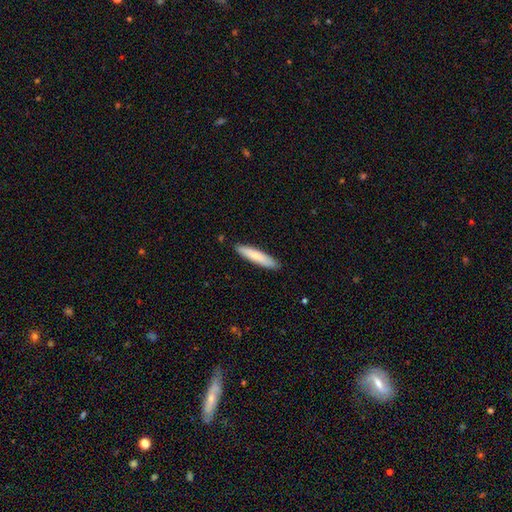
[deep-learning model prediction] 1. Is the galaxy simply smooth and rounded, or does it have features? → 78% smooth, 17% featured or disk, 5% star or artifact.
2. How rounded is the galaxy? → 85% cigar-shaped, 14% in between, 1% round.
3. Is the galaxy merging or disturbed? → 88% none, 9% minor disturbance, 2% major disturbance, 1% merger.